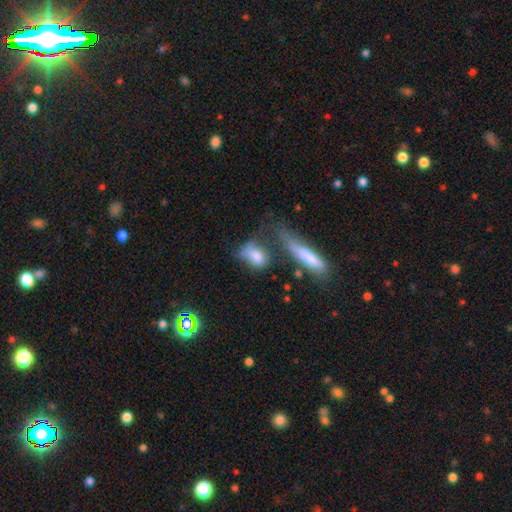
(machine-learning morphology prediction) A smooth galaxy with no disk features (73%) that is in between round and cigar-shaped (67%). Merging: none (33%).